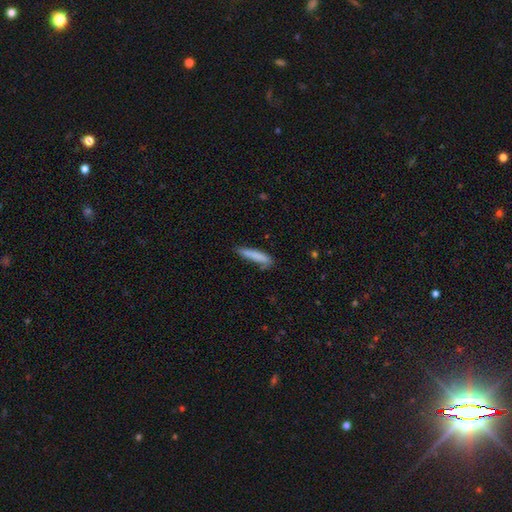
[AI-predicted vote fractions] A smooth galaxy with no disk features (80%) that is cigar-shaped (87%). Merging: none (66%).